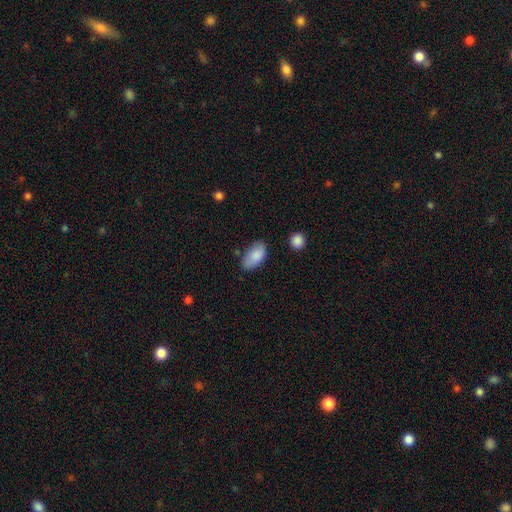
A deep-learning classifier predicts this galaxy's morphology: The model was most divided on "merging": none: 69%, minor disturbance: 23%, major disturbance: 4%, merger: 3%. More confident: how rounded — in between (94%); smooth or featured — smooth (85%).